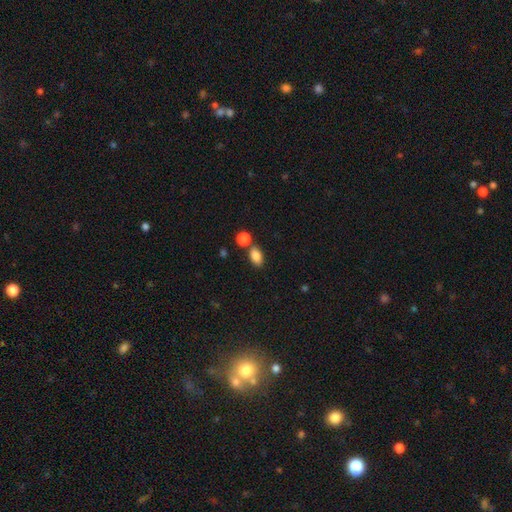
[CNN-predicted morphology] Smooth or featured?
  - smooth: 85% *
  - star or artifact: 9%
  - featured or disk: 6%
How rounded?
  - in between: 87% *
  - round: 11%
  - cigar-shaped: 2%
Merging?
  - none: 68% *
  - merger: 17%
  - minor disturbance: 12%
  - major disturbance: 3%